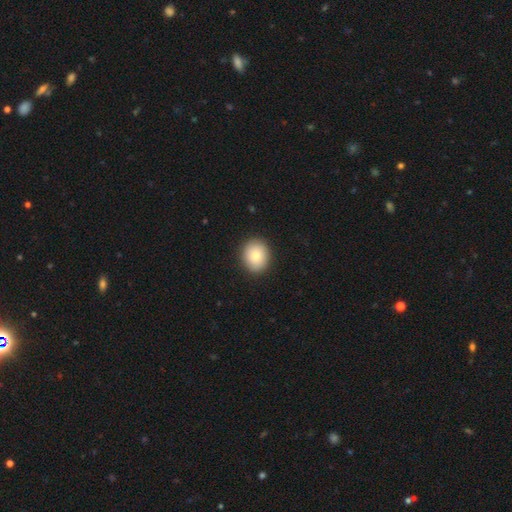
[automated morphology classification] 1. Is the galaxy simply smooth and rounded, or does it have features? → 82% smooth, 10% featured or disk, 8% star or artifact.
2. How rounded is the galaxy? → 71% round, 28% in between, 1% cigar-shaped.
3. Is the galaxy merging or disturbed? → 90% none, 7% minor disturbance, 2% major disturbance, 1% merger.